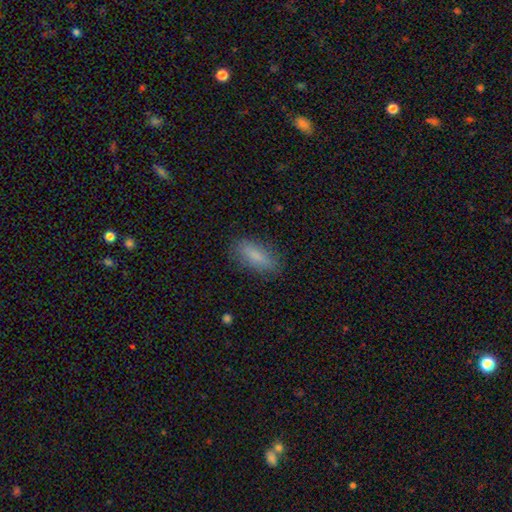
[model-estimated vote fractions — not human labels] A smooth galaxy with no disk features (82%) that is in between round and cigar-shaped (71%).

Vote fractions:
- Smooth or featured? smooth: 82% / featured or disk: 11% / star or artifact: 7%
- How rounded? in between: 71% / cigar-shaped: 26% / round: 3%
- Merging? none: 83% / minor disturbance: 13% / major disturbance: 3% / merger: 1%